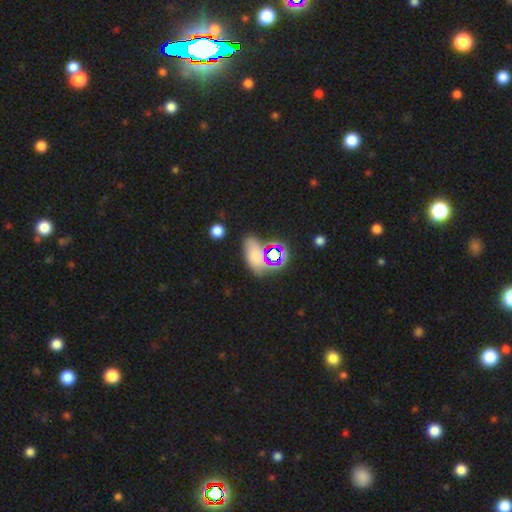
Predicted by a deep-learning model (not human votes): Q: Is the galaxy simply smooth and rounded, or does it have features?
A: smooth — 53%.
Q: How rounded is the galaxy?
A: in between — 80%.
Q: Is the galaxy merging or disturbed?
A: none — 63%.